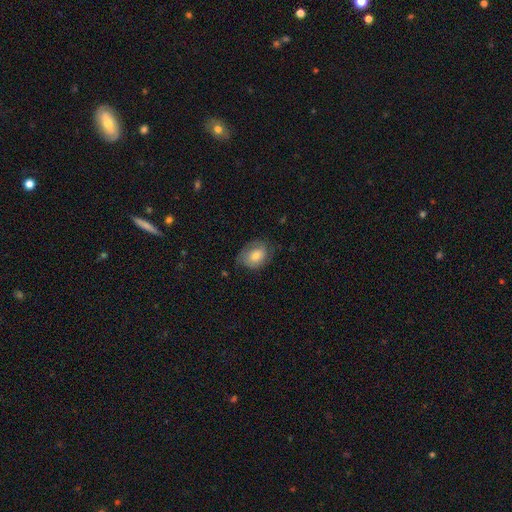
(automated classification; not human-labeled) A smooth galaxy with no disk features (63%) that is in between round and cigar-shaped (64%). Merging: none (64%).